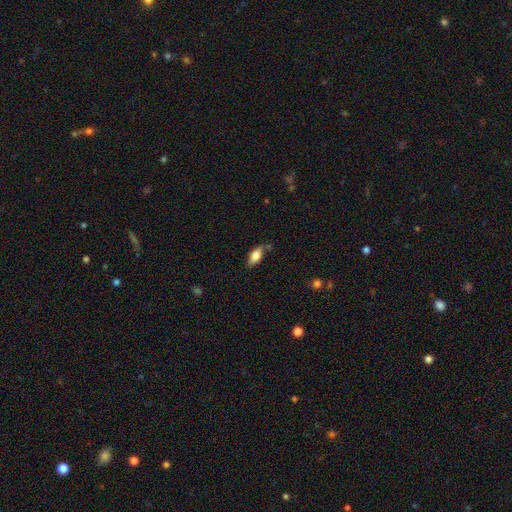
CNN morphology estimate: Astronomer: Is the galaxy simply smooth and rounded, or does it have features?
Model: smooth — 78%.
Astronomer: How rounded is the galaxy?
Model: in between — 85%.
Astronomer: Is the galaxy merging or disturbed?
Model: none — 70%.